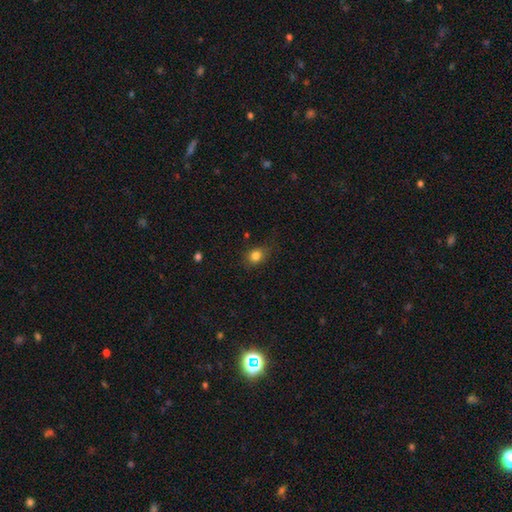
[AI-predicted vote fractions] Smooth or featured? Predicted: smooth (p=0.82). How rounded? Predicted: round (p=0.51). Merging? Predicted: none (p=0.74).